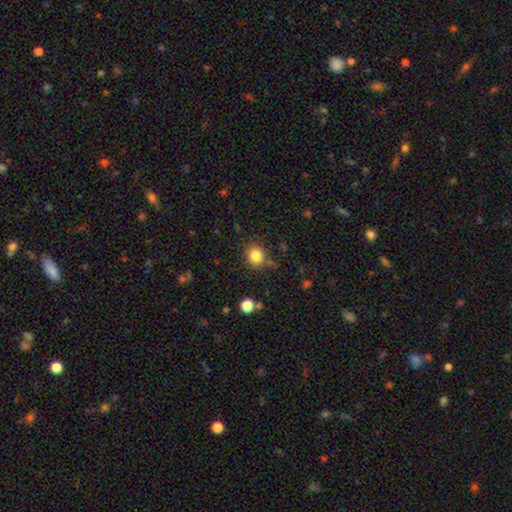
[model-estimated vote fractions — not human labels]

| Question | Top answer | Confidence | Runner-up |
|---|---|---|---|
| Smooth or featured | smooth | 83% | star or artifact (11%) |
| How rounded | round | 84% | in between (15%) |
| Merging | none | 81% | minor disturbance (11%) |